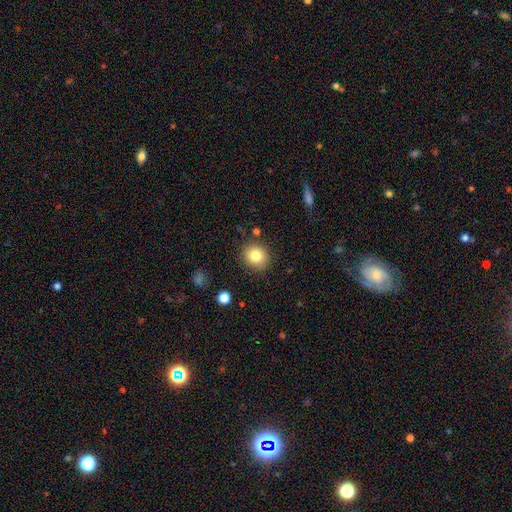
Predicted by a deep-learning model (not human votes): smooth-or-featured: smooth: 82% | star or artifact: 10% | featured or disk: 8%
  how-rounded: round: 84% | in between: 15% | cigar-shaped: 1%
  merging: none: 87% | minor disturbance: 8% | major disturbance: 3% | merger: 2%